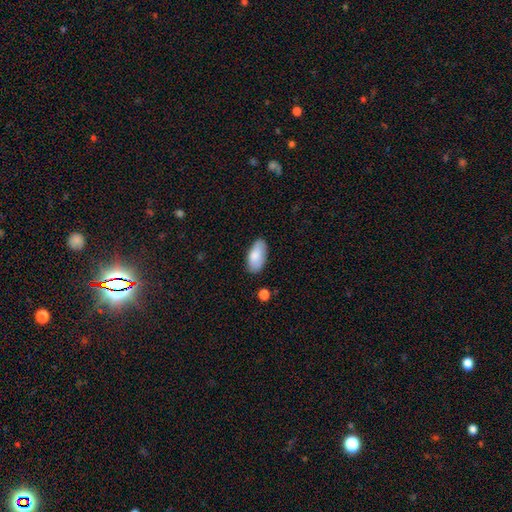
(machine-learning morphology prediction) smooth-or-featured: smooth: 83% | featured or disk: 10% | star or artifact: 6%
  how-rounded: in between: 94% | cigar-shaped: 4% | round: 2%
  merging: none: 80% | minor disturbance: 15% | major disturbance: 3% | merger: 2%